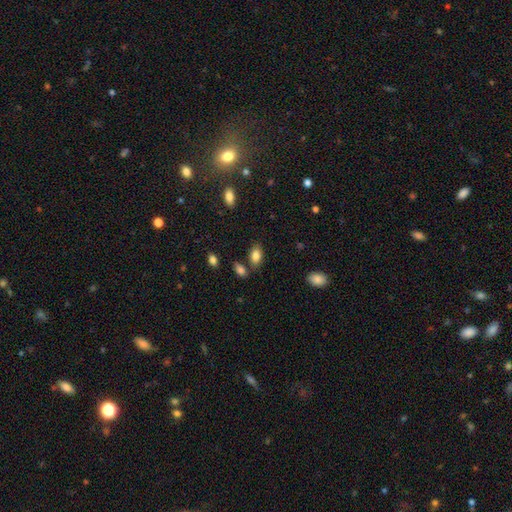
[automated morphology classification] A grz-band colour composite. It shows a smooth galaxy with no disk features (84%) that is in between round and cigar-shaped (91%). Merging: none (73%).